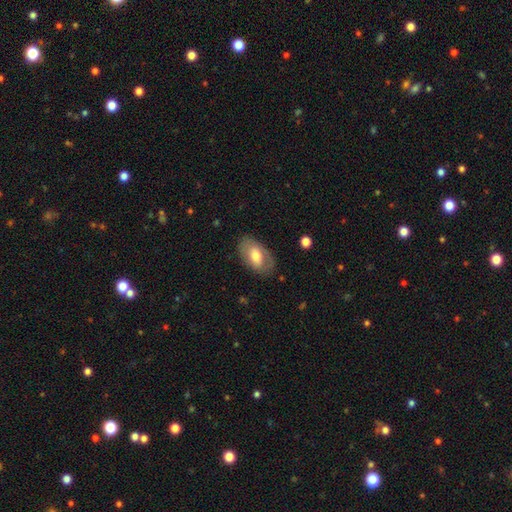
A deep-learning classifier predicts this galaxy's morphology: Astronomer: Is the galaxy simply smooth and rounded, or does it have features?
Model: smooth — 58% (runner-up: featured or disk, 35%).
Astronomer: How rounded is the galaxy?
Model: in between — 92%.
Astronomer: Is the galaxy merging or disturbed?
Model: none — 78%.